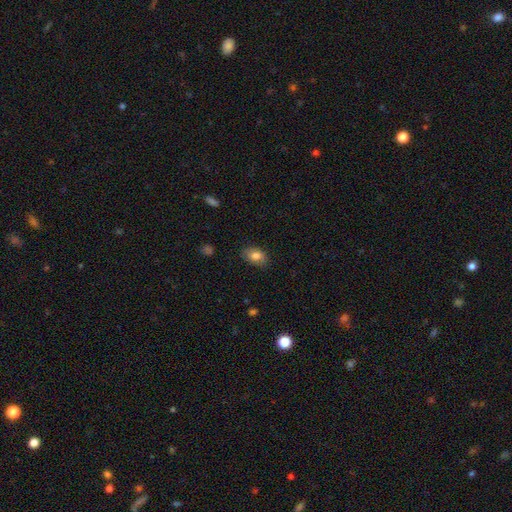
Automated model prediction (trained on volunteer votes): smooth-or-featured: smooth: 82% | featured or disk: 10% | star or artifact: 8%
  how-rounded: in between: 85% | round: 14% | cigar-shaped: 1%
  merging: none: 80% | minor disturbance: 15% | major disturbance: 3% | merger: 1%